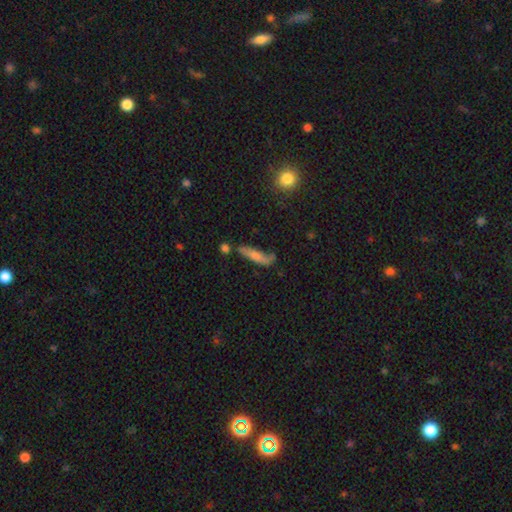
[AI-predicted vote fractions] The model was most divided on "merging": none: 47%, minor disturbance: 27%, major disturbance: 14%, merger: 12%. More confident: how rounded — cigar-shaped (75%); smooth or featured — smooth (64%).